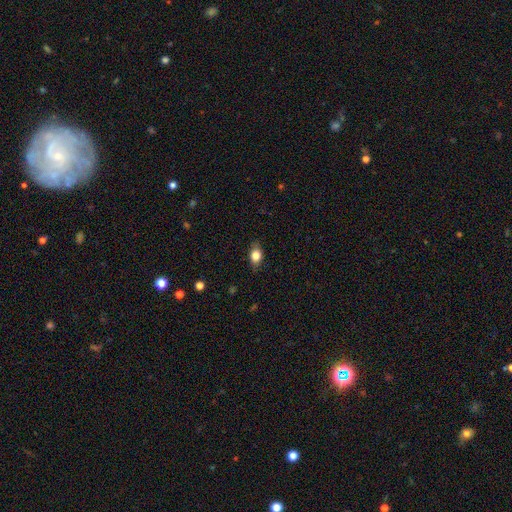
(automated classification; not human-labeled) Q: Smooth or featured?
A: smooth (79%); runner-up: featured or disk (12%)
Q: How rounded?
A: in between (77%); runner-up: round (19%)
Q: Merging?
A: none (81%); runner-up: minor disturbance (15%)